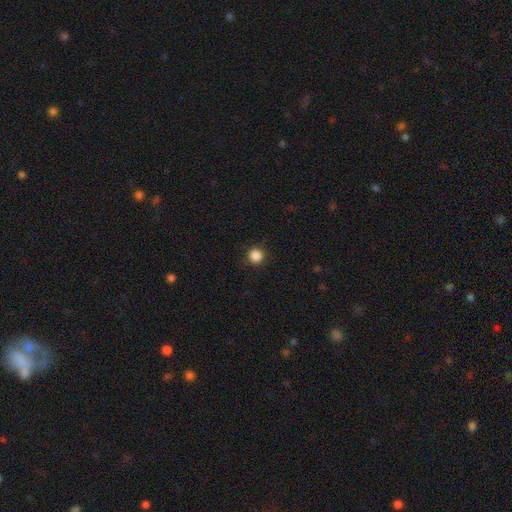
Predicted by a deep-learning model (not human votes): Q: Smooth or featured?
A: smooth (86%); runner-up: star or artifact (11%)
Q: How rounded?
A: round (94%); runner-up: in between (5%)
Q: Merging?
A: none (89%); runner-up: minor disturbance (8%)